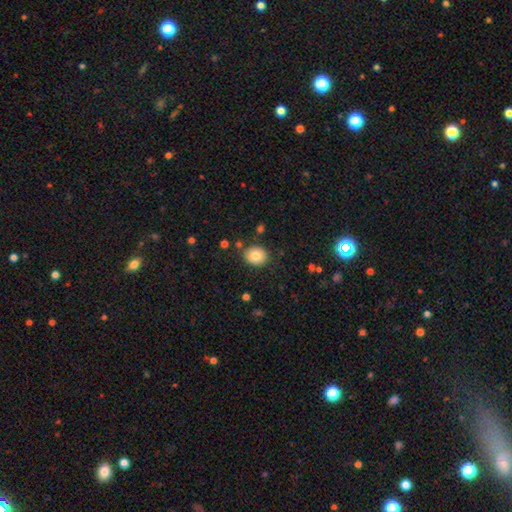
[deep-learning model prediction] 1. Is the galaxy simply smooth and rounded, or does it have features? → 80% smooth, 11% featured or disk, 9% star or artifact.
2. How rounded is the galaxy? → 67% round, 32% in between, 1% cigar-shaped.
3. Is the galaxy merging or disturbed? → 85% none, 10% minor disturbance, 3% merger, 3% major disturbance.